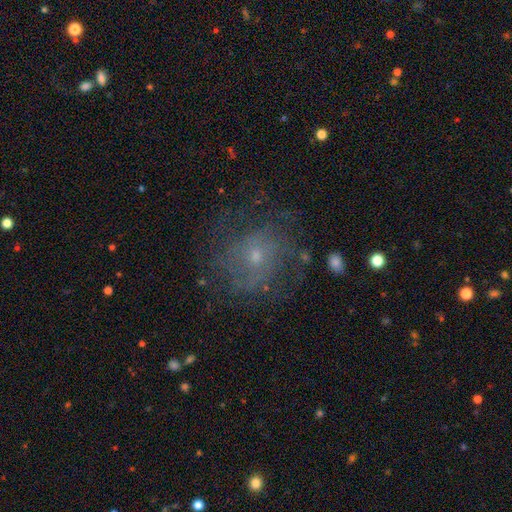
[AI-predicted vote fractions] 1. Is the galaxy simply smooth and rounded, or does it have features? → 56% featured or disk, 28% smooth, 16% star or artifact.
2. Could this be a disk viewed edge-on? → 97% no, 3% yes.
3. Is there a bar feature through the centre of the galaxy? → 78% no, 19% weak, 3% strong.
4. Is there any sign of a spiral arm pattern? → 70% yes, 30% no.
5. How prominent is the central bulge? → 66% small, 29% moderate, 3% none, 2% large, 1% dominant.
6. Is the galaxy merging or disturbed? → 66% none, 18% minor disturbance, 15% major disturbance, 2% merger.